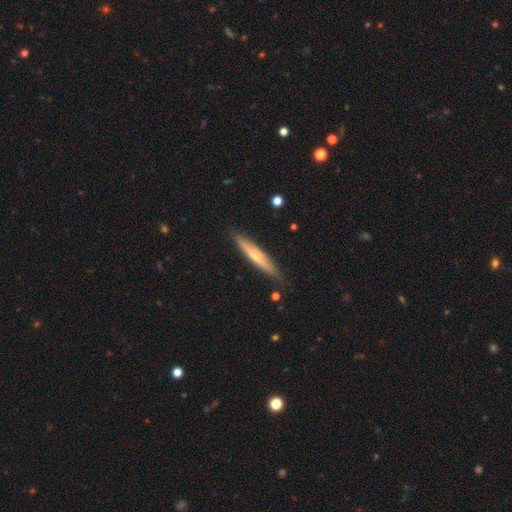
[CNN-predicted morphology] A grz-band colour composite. It shows a featured or disk galaxy (48%). Merging: none (85%).